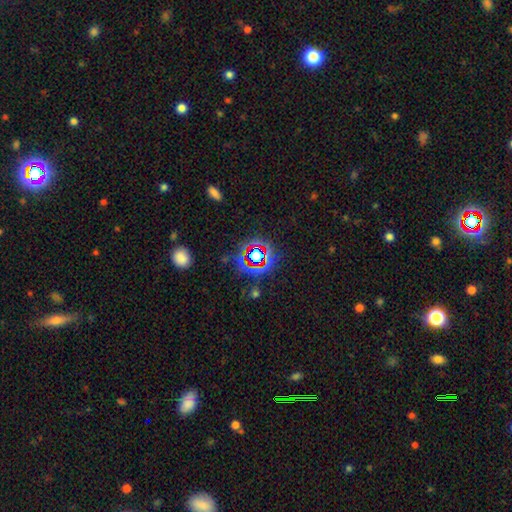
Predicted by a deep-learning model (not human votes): Smooth or featured?
  - star or artifact: 69% *
  - smooth: 20%
  - featured or disk: 11%